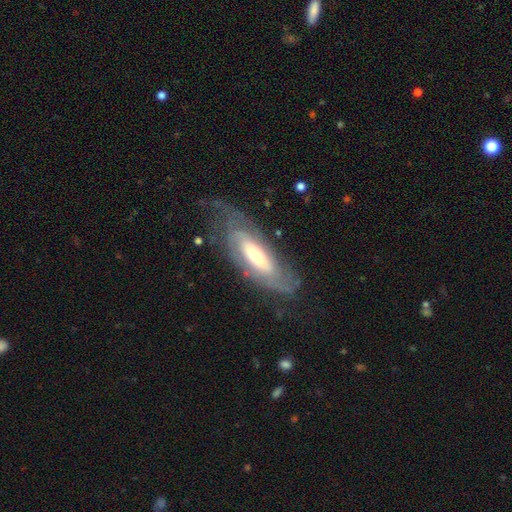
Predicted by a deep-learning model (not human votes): This appears to be a featured or disk galaxy (78%) with no bar (48%), 2 (41%) tight (54%) spiral arms (88%) and a moderate central bulge (56%). Merging: none (65%).